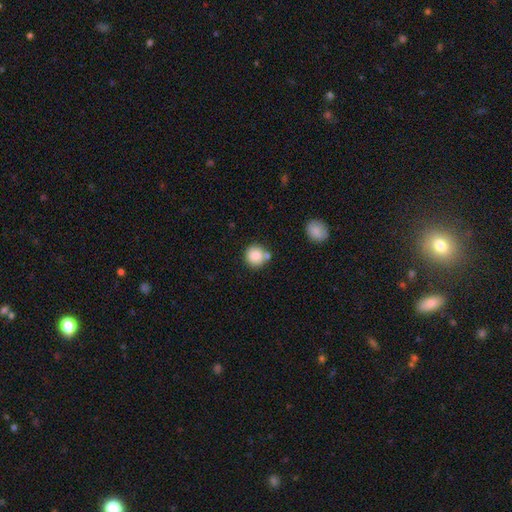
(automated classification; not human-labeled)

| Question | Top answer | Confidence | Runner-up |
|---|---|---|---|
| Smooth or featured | smooth | 86% | star or artifact (8%) |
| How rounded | round | 91% | in between (8%) |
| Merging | none | 70% | merger (15%) |